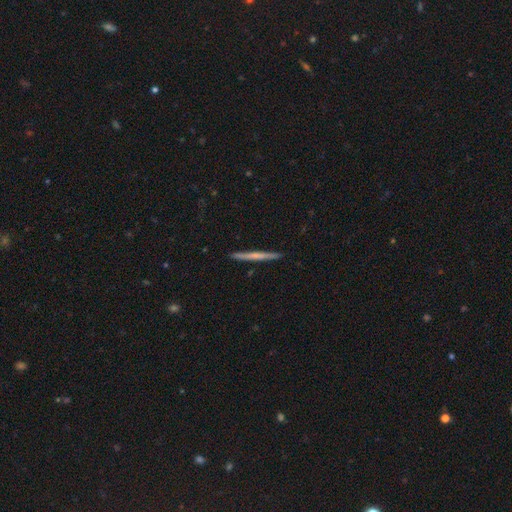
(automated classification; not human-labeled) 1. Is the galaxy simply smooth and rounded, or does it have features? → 49% featured or disk, 46% smooth, 6% star or artifact.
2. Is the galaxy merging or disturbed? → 92% none, 5% minor disturbance, 1% major disturbance, 1% merger.